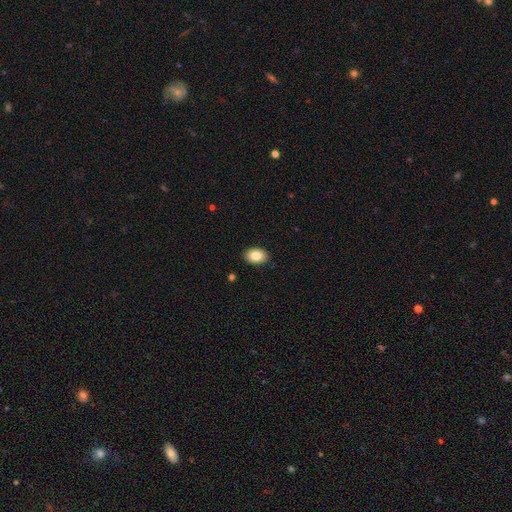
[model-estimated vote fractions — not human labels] The model was most divided on "how rounded": in between: 82%, round: 17%, cigar-shaped: 1%. More confident: merging — none (90%); smooth or featured — smooth (84%).